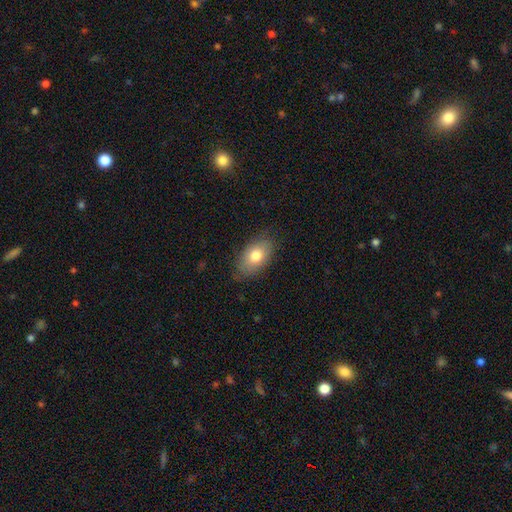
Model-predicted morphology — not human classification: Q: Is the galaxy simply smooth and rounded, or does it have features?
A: smooth — 76%.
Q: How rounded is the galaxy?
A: in between — 90%.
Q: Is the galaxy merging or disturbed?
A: none — 78%.